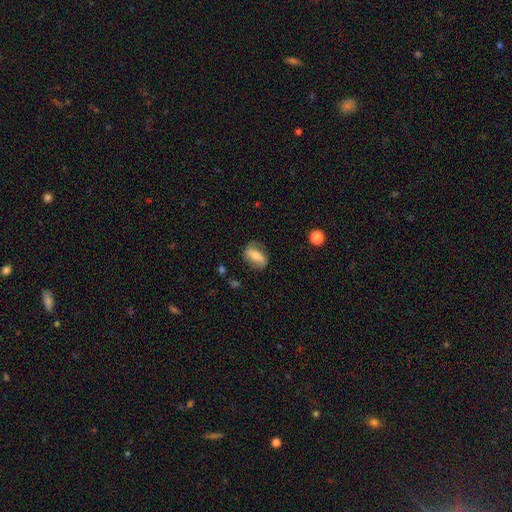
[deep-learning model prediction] A smooth galaxy with no disk features (49%).

Vote fractions:
- Smooth or featured? smooth: 49% / featured or disk: 44% / star or artifact: 8%
- Merging? none: 68% / minor disturbance: 21% / major disturbance: 9% / merger: 2%